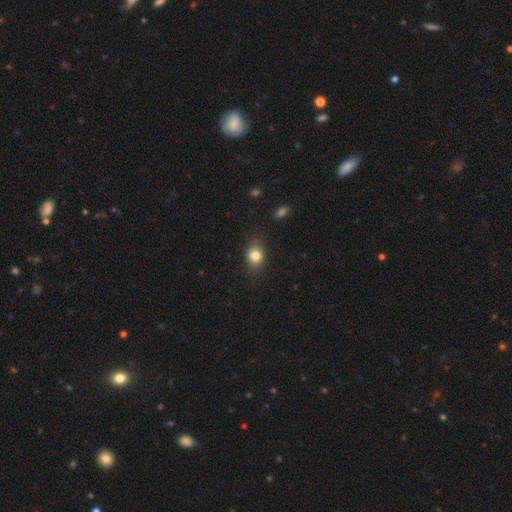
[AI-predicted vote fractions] Q: Smooth or featured?
A: smooth (81%); runner-up: star or artifact (10%)
Q: How rounded?
A: in between (50%); runner-up: round (49%)
Q: Merging?
A: none (78%); runner-up: minor disturbance (17%)